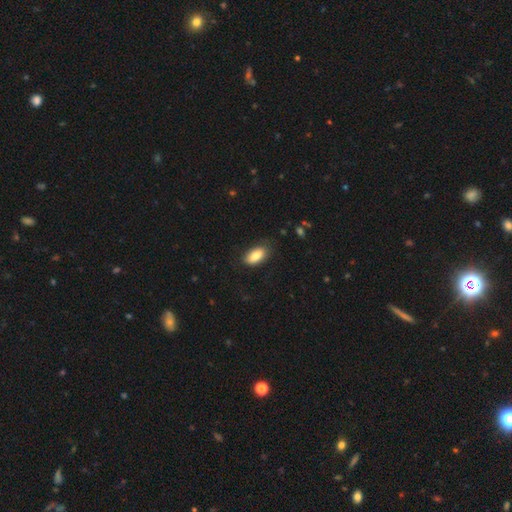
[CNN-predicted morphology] Smooth or featured: smooth — 84% (featured or disk — 9%)
How rounded: in between — 91% (cigar-shaped — 5%)
Merging: none — 79% (minor disturbance — 17%)